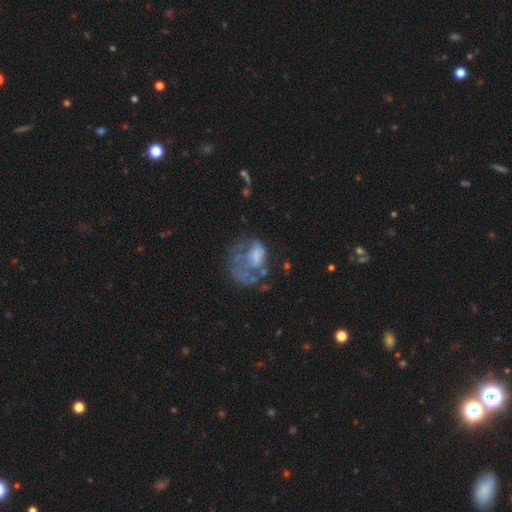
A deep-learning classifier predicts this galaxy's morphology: smooth-or-featured: featured or disk: 57% | smooth: 31% | star or artifact: 12%
  disk-edge-on: no: 97% | yes: 3%
    bar: no: 81% | weak: 16% | strong: 3%
    has-spiral-arms: no: 69% | yes: 31%
    bulge-size: none: 46% | moderate: 23% | small: 20% | large: 8% | dominant: 2%
  merging: major disturbance: 43% | none: 30% | minor disturbance: 18% | merger: 9%